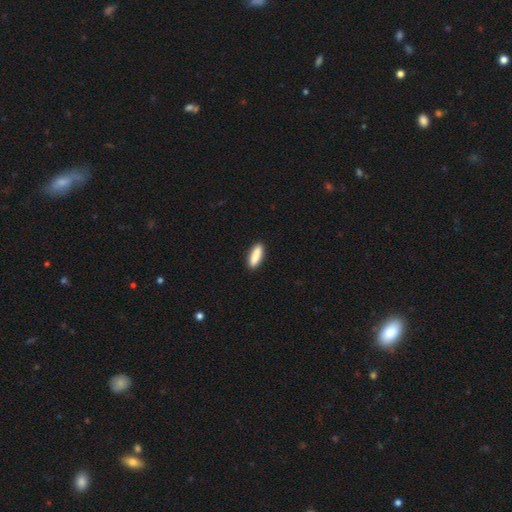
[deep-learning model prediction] Smooth or featured: smooth — 88% (featured or disk — 7%)
How rounded: cigar-shaped — 57% (in between — 41%)
Merging: none — 91% (minor disturbance — 7%)